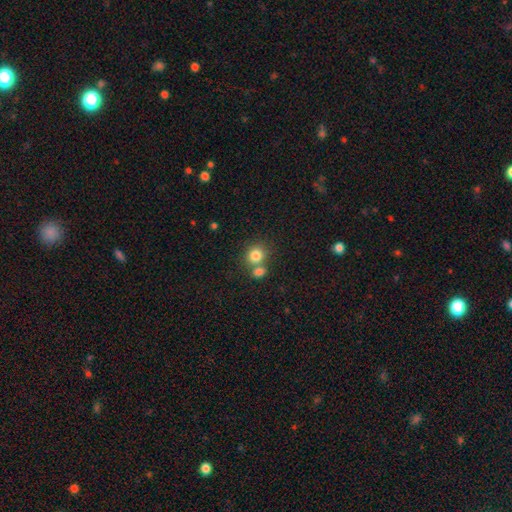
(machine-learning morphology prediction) A smooth galaxy with no disk features (81%) that is round (80%).

Vote fractions:
- Smooth or featured? smooth: 81% / star or artifact: 11% / featured or disk: 8%
- How rounded? round: 80% / in between: 19% / cigar-shaped: 1%
- Merging? none: 53% / merger: 36% / minor disturbance: 8% / major disturbance: 3%